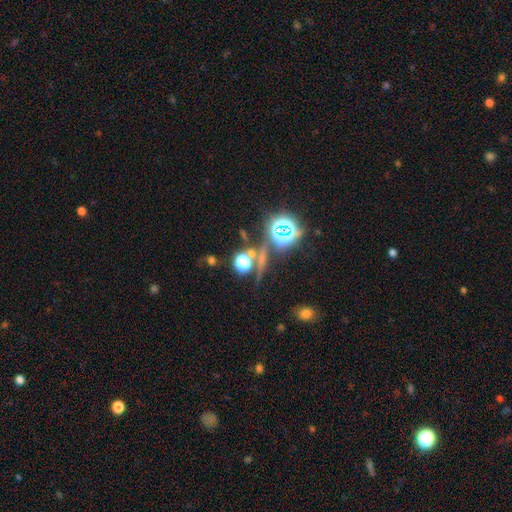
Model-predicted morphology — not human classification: This appears to be a star or artifact, not a galaxy (56%).